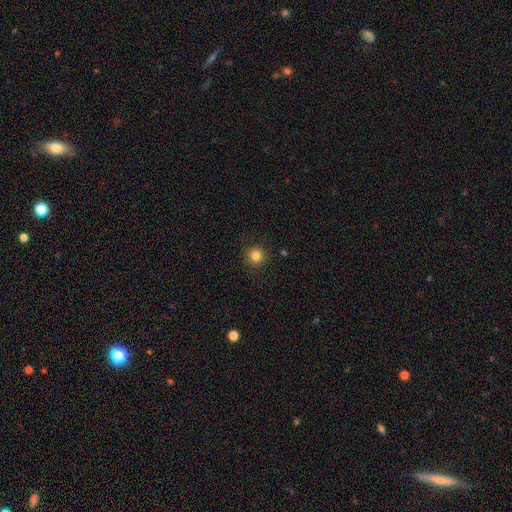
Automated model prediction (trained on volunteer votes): Q: Smooth or featured?
A: smooth (83%); runner-up: star or artifact (12%)
Q: How rounded?
A: round (94%); runner-up: in between (5%)
Q: Merging?
A: none (91%); runner-up: minor disturbance (6%)